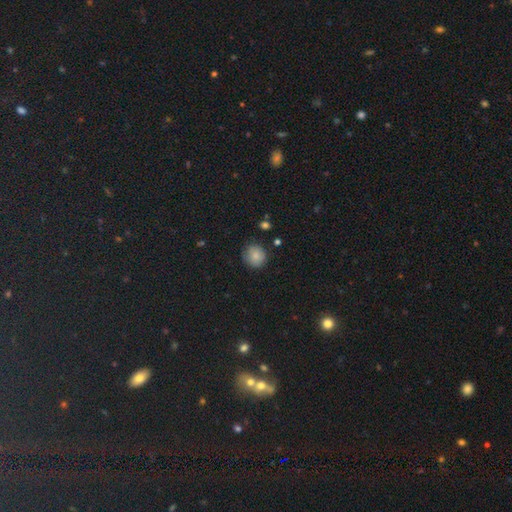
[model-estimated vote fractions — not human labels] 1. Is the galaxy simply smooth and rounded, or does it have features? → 83% smooth, 10% star or artifact, 7% featured or disk.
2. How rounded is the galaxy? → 87% round, 12% in between, 1% cigar-shaped.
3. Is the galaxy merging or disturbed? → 77% none, 17% minor disturbance, 4% major disturbance, 2% merger.